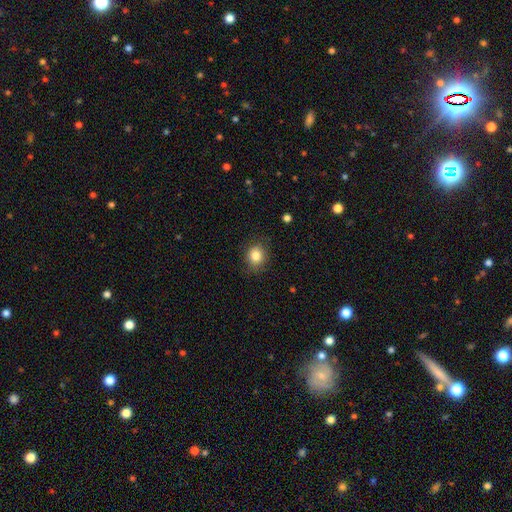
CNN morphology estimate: type=smooth (84%); roundness=round (73%); merging=none (84%).